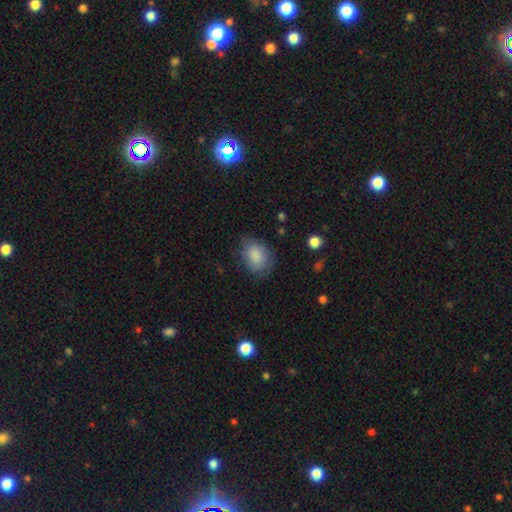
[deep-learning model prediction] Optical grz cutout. It shows a smooth galaxy with no disk features (85%) that is in between round and cigar-shaped (70%). Merging: none (67%).